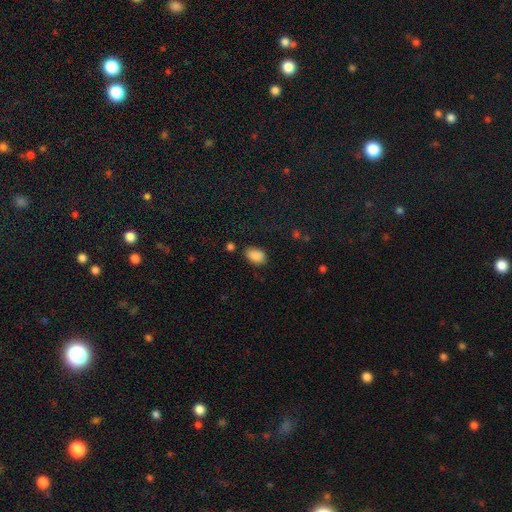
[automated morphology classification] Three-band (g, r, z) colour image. It shows a smooth galaxy with no disk features (88%) that is in between round and cigar-shaped (89%). Merging: none (77%).